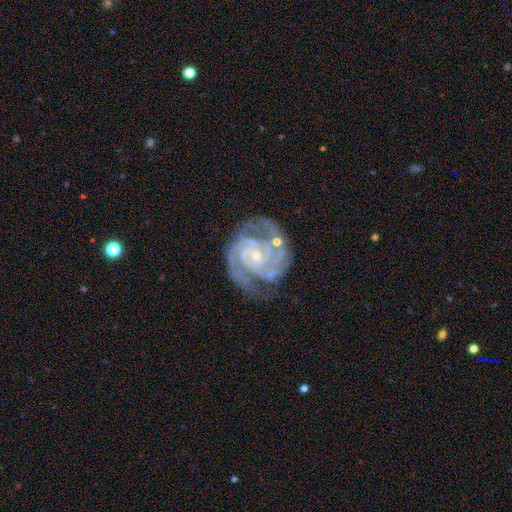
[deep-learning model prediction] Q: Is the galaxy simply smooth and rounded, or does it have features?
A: featured or disk — 91%.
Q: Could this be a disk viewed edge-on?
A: no — 98%.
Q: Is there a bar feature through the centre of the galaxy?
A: no — 61%.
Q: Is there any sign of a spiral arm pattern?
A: yes — 98%.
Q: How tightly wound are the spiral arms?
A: tight — 68%.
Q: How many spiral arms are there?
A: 2 — 40%.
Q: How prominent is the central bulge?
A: small — 76%.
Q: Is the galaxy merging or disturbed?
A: none — 65%.